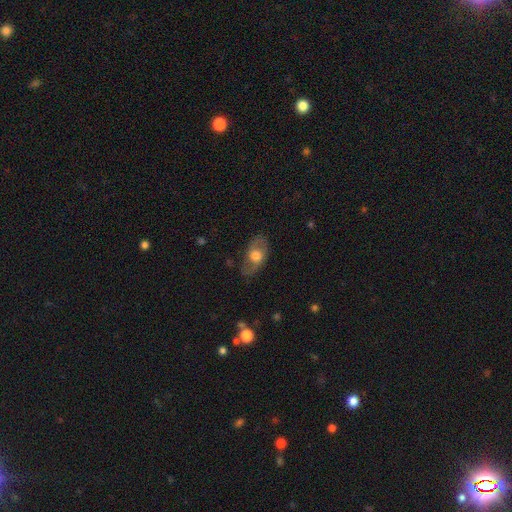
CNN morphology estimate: The model was most divided on "smooth or featured": featured or disk: 53%, smooth: 40%, star or artifact: 7%. More confident: edge-on disk — no (84%); merging — none (72%).